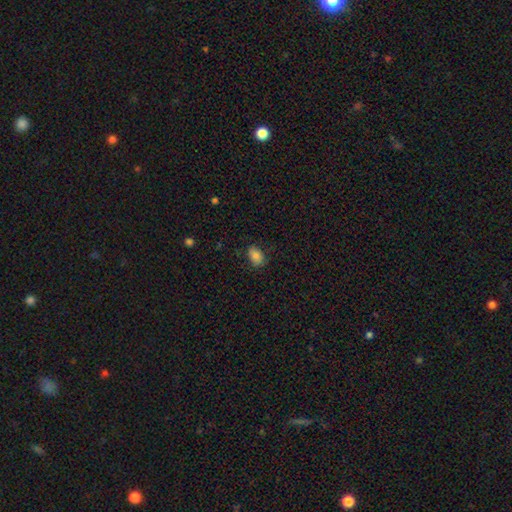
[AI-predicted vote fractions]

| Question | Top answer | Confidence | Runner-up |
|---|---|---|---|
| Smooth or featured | smooth | 84% | star or artifact (9%) |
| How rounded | in between | 85% | round (13%) |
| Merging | none | 79% | minor disturbance (16%) |